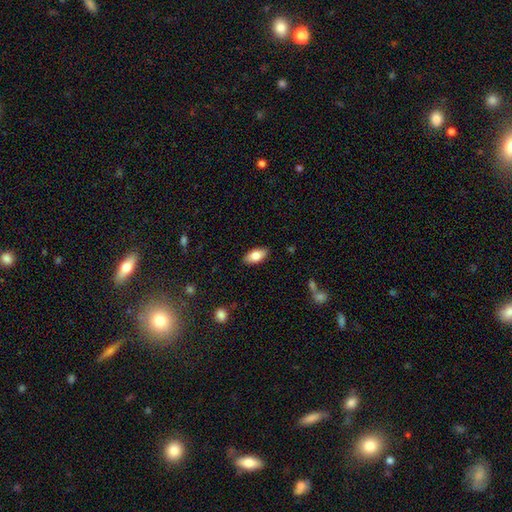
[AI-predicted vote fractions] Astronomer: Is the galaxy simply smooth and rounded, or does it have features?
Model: smooth — 79%.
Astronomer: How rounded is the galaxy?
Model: in between — 90%.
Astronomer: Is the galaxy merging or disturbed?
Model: none — 88%.